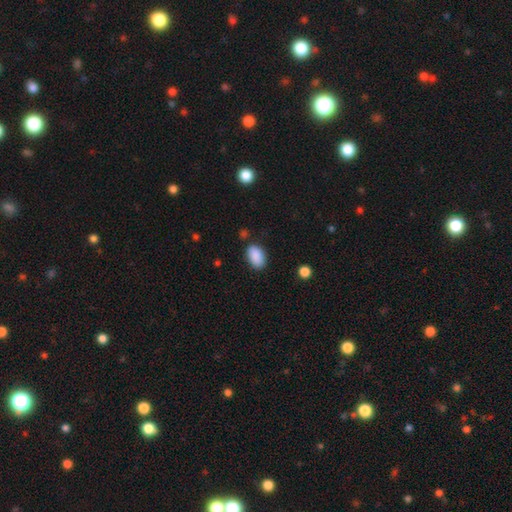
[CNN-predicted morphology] This appears to be a smooth galaxy with no disk features (89%) that is in between round and cigar-shaped (91%). Merging: none (82%).